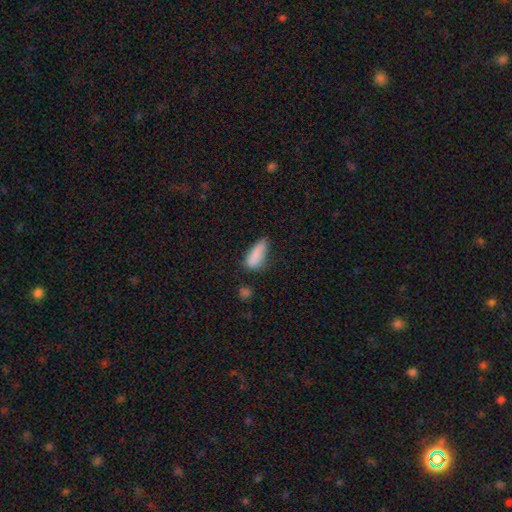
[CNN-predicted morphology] smooth-or-featured: smooth: 83% | star or artifact: 8% | featured or disk: 8%
  how-rounded: in between: 67% | cigar-shaped: 30% | round: 2%
  merging: none: 47% | minor disturbance: 35% | major disturbance: 13% | merger: 5%